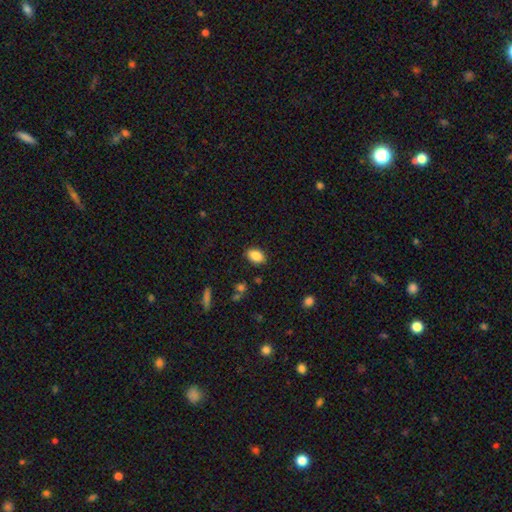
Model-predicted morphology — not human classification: The model was most divided on "how rounded": in between: 86%, round: 12%, cigar-shaped: 2%. More confident: merging — none (87%); smooth or featured — smooth (86%).